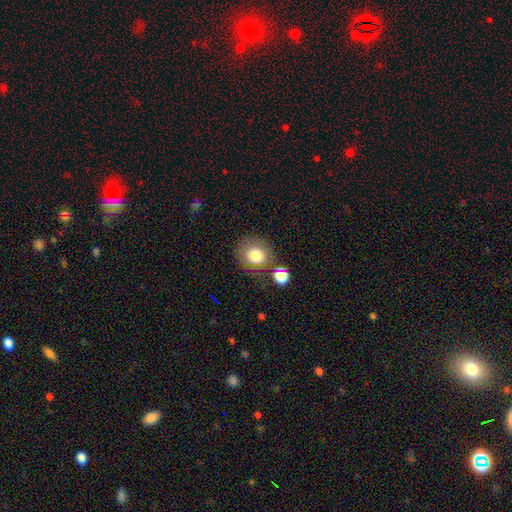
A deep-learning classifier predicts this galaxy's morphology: A smooth galaxy with no disk features (77%) that is round (83%).

Vote fractions:
- Smooth or featured? smooth: 77% / featured or disk: 11% / star or artifact: 11%
- How rounded? round: 83% / in between: 16% / cigar-shaped: 1%
- Merging? none: 74% / minor disturbance: 13% / merger: 8% / major disturbance: 5%